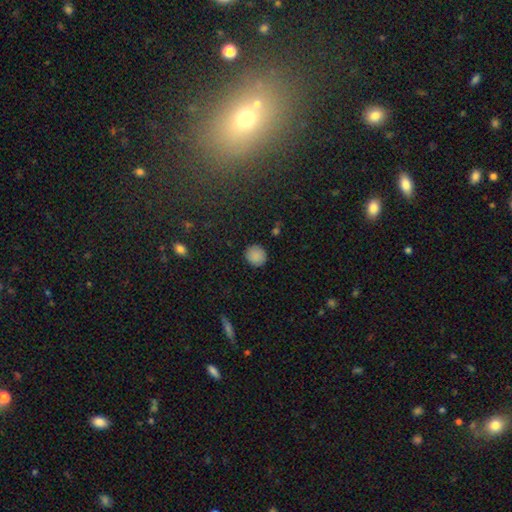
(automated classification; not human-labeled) smooth_or_featured: smooth (p=0.86) [alt: star or artifact p=0.10]
how_rounded: round (p=0.91) [alt: in between p=0.08]
merging: none (p=0.89) [alt: minor disturbance p=0.08]